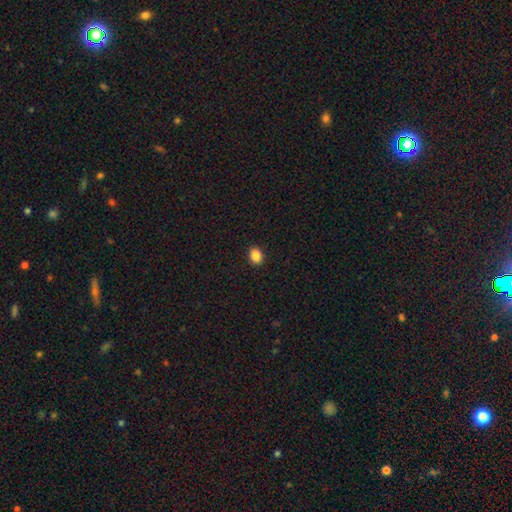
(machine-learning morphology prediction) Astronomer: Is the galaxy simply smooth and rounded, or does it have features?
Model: smooth — 87%.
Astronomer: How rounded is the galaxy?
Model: in between — 54% (runner-up: round, 45%).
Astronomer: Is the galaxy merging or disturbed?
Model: none — 91%.